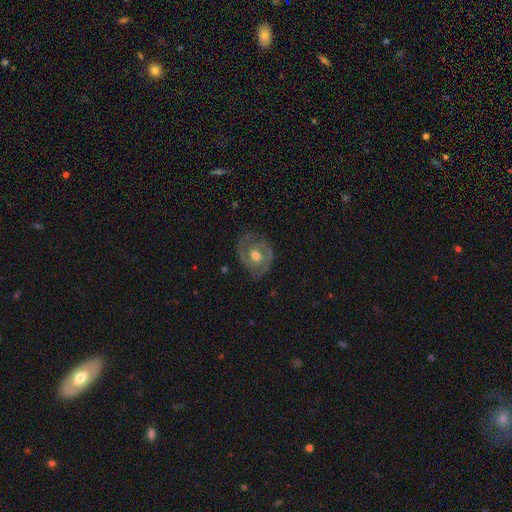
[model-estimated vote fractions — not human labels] A featured or disk galaxy (82%) with no bar (60%), 2 (80%) tight (50%) spiral arms (91%) and a moderate central bulge (75%). Merging: none (75%).